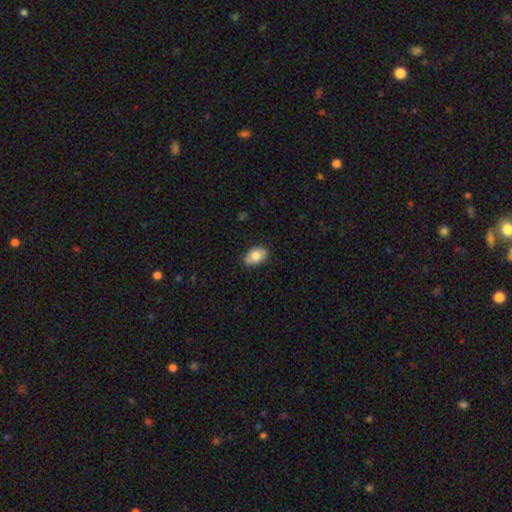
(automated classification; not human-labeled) This is clearly a smooth galaxy (80%). How rounded: clearly in between (92%). Merging: clearly none (86%).